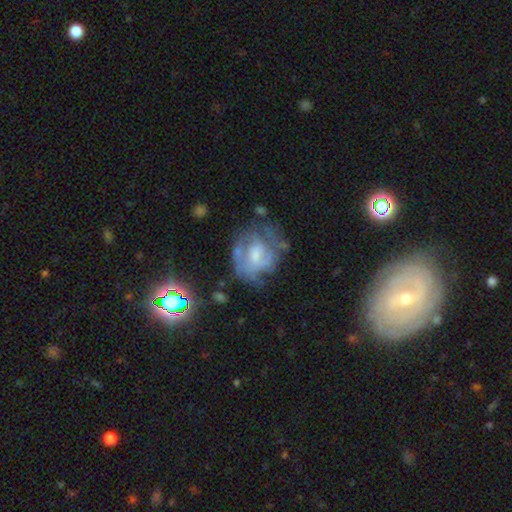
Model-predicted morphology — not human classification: Smooth or featured? featured or disk (66%)
Edge-on disk? no (97%)
Bar? no (58%)
Spiral arms? yes (66%)
Bulge size? moderate (38%)
Merging? none (47%)